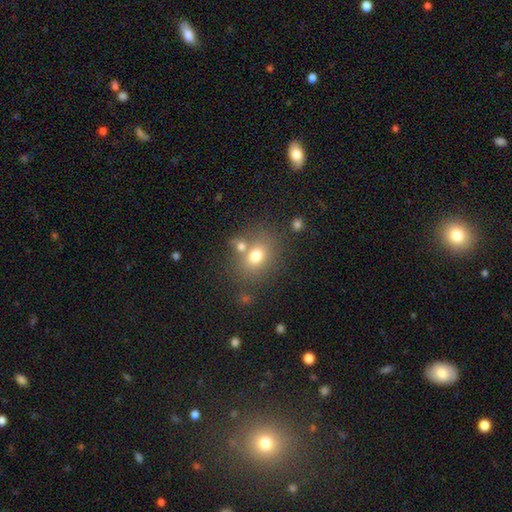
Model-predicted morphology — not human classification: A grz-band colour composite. It shows a smooth galaxy with no disk features (72%) that is round (52%). Merging: none (58%).